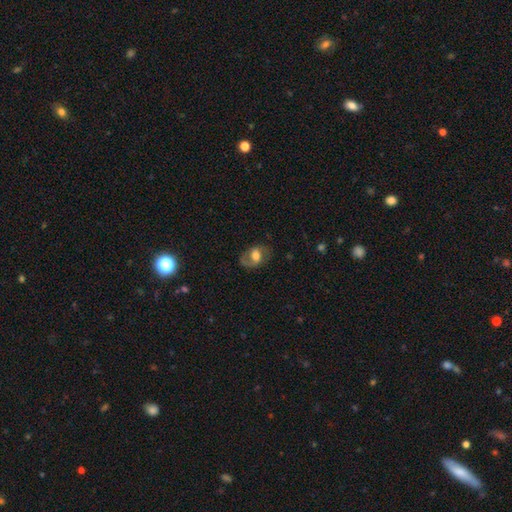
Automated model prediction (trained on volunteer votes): Smooth or featured? Predicted: featured or disk (p=0.52). Edge-on disk? Predicted: no (p=0.95). Merging? Predicted: none (p=0.64).